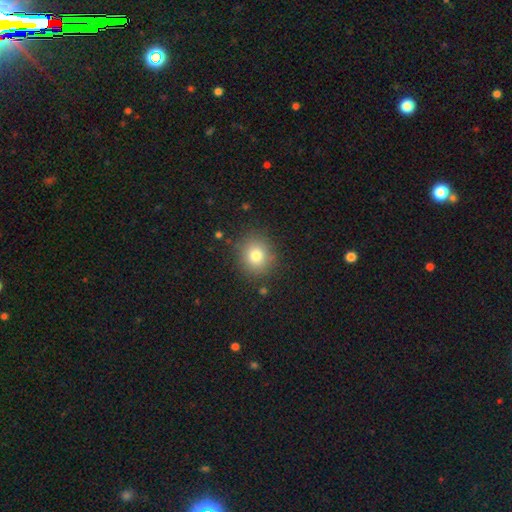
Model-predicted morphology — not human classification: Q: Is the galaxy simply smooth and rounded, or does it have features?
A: smooth — 78%.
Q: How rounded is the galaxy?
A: round — 85%.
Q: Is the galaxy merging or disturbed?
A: none — 86%.